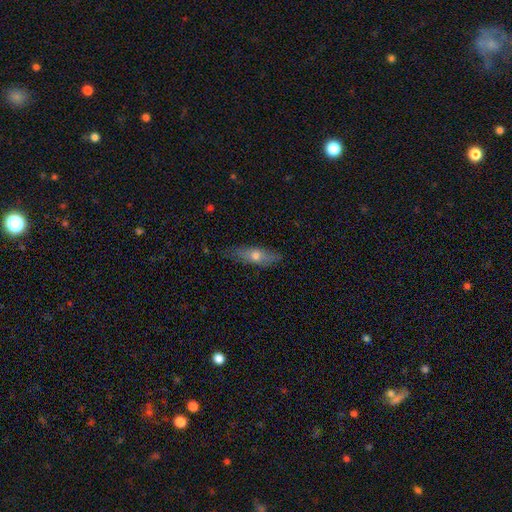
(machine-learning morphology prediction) smooth 48%, featured or disk 45%, star or artifact 7%. Down the decision tree: merging — none (79%).